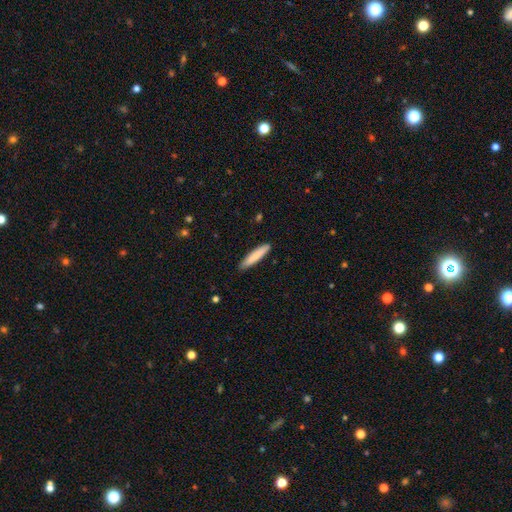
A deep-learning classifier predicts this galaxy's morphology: A smooth galaxy with no disk features (83%) that is cigar-shaped (88%). Merging: none (88%).